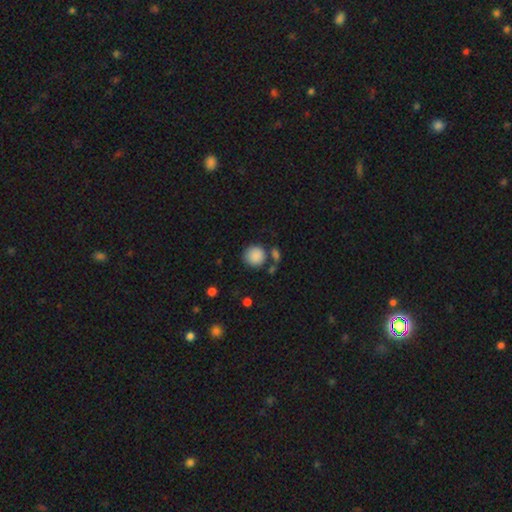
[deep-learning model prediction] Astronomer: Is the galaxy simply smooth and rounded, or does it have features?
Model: smooth — 87%.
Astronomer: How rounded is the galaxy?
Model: round — 91%.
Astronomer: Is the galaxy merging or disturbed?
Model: none — 70%.